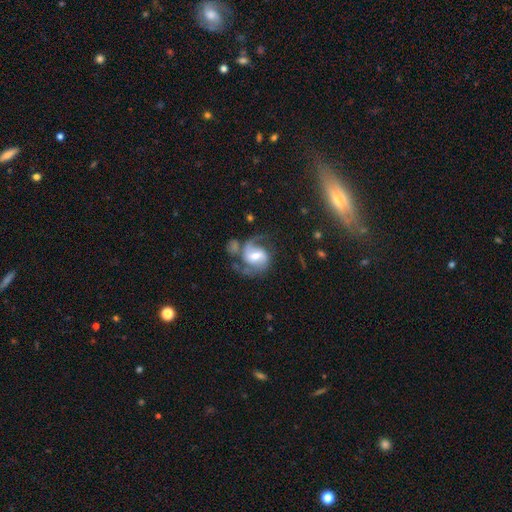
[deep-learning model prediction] featured or disk 83%, smooth 11%, star or artifact 6%. Down the decision tree: edge-on disk — no (98%); bar — weak (46%); spiral arms — yes (95%); spiral arm count — 2 (82%); spiral winding — medium (51%); bulge size — moderate (67%); merging — none (55%).